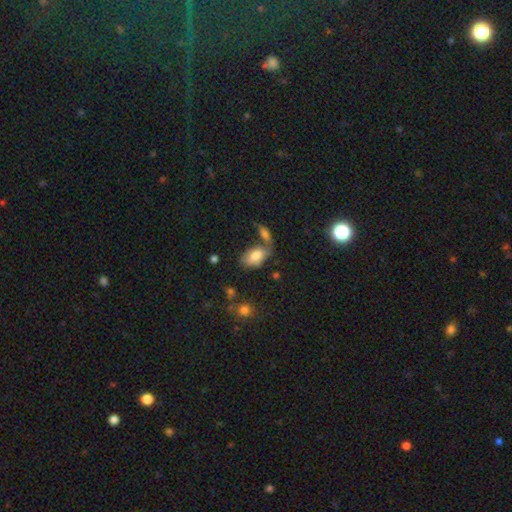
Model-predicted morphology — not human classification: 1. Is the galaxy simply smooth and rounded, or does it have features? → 74% smooth, 17% featured or disk, 8% star or artifact.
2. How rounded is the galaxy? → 93% in between, 5% round, 3% cigar-shaped.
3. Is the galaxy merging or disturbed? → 46% none, 26% merger, 20% minor disturbance, 8% major disturbance.